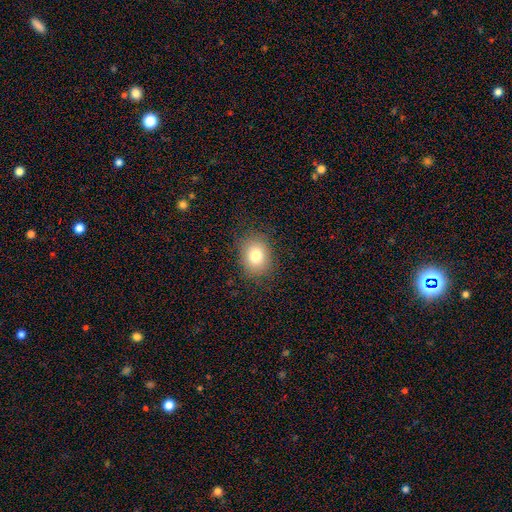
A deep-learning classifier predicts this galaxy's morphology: type=smooth (79%); roundness=round (50%); merging=none (84%).